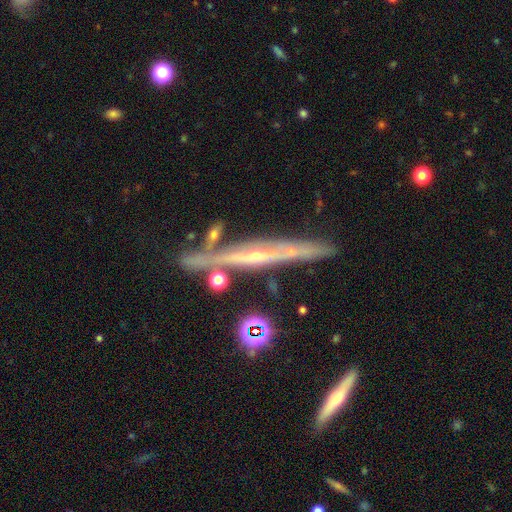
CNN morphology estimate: Smooth or featured? Predicted: featured or disk (p=0.79). Edge-on disk? Predicted: yes (p=0.90). Edge-on bulge? Predicted: rounded (p=0.56). Merging? Predicted: none (p=0.75).